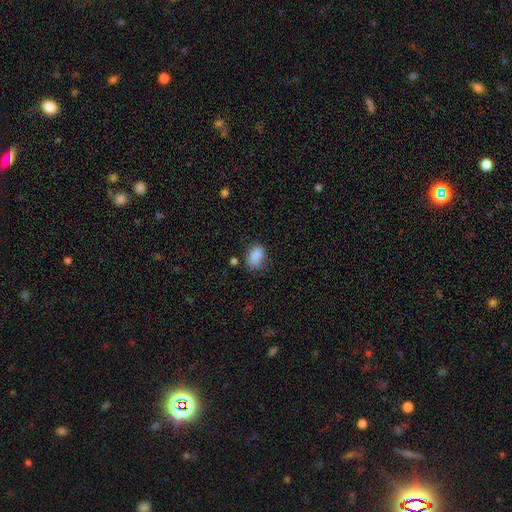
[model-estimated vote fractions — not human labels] Morphology: type=smooth (86%); roundness=in between (83%); merging=none (70%).